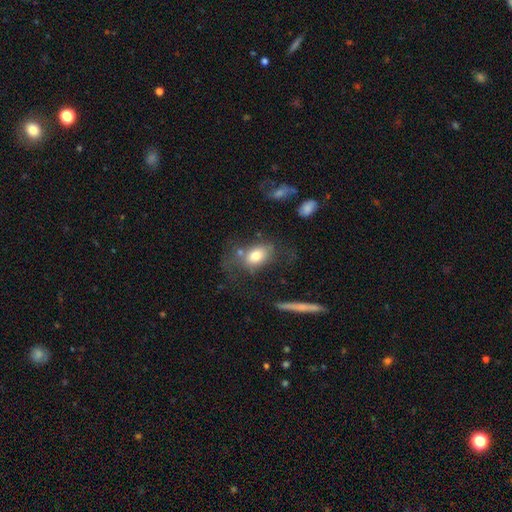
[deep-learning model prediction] smooth-or-featured: smooth: 73% | featured or disk: 18% | star or artifact: 9%
  how-rounded: in between: 78% | round: 20% | cigar-shaped: 2%
  merging: none: 49% | minor disturbance: 21% | major disturbance: 20% | merger: 9%